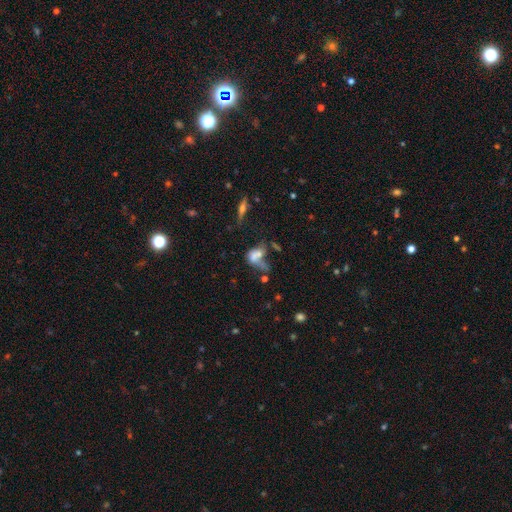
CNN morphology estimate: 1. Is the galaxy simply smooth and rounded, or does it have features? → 50% smooth, 34% featured or disk, 16% star or artifact.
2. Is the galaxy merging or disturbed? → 42% merger, 25% major disturbance, 20% none, 13% minor disturbance.